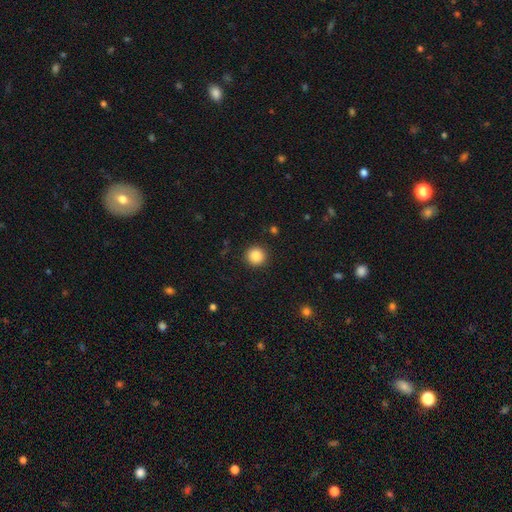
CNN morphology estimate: This appears to be a smooth galaxy with no disk features (86%) that is round (94%). Merging: none (92%).